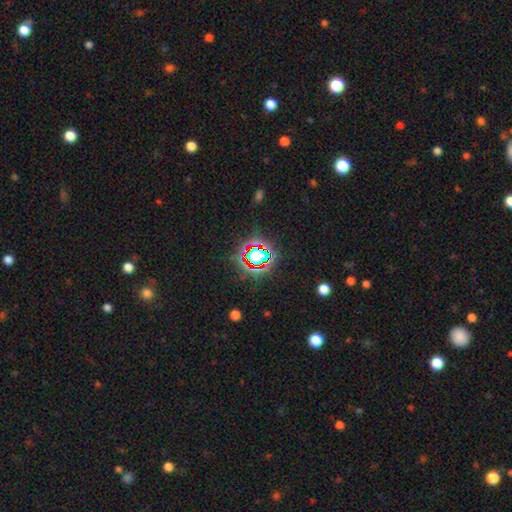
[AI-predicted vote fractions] star or artifact 71%, smooth 19%, featured or disk 10%.